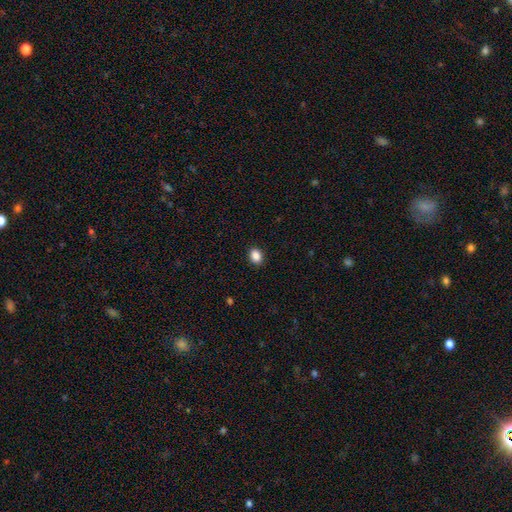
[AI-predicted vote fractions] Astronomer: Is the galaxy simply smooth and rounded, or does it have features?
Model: smooth — 88%.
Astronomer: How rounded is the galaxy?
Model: in between — 67%.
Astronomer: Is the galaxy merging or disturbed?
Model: none — 90%.